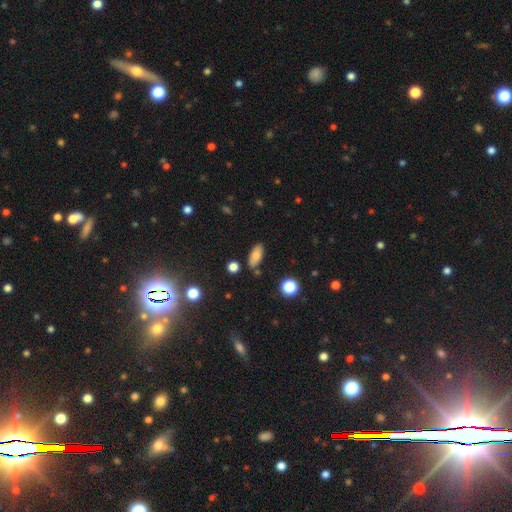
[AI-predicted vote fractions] Smooth or featured?
  - smooth: 81% *
  - star or artifact: 10%
  - featured or disk: 10%
How rounded?
  - in between: 83% *
  - cigar-shaped: 13%
  - round: 4%
Merging?
  - none: 81% *
  - minor disturbance: 12%
  - merger: 4%
  - major disturbance: 3%